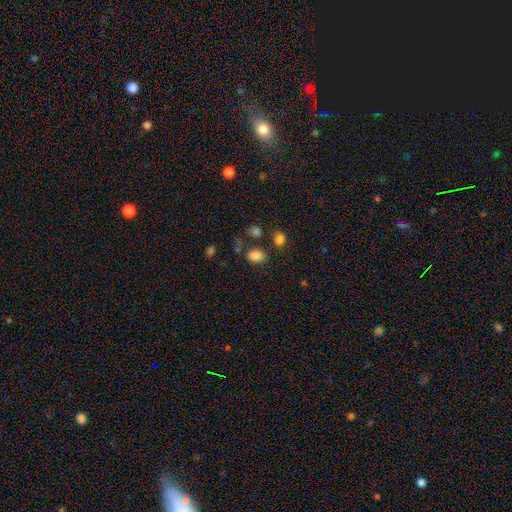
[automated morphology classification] This is clearly a smooth galaxy (84%). How rounded: likely in between (74%). Merging: likely none (72%).